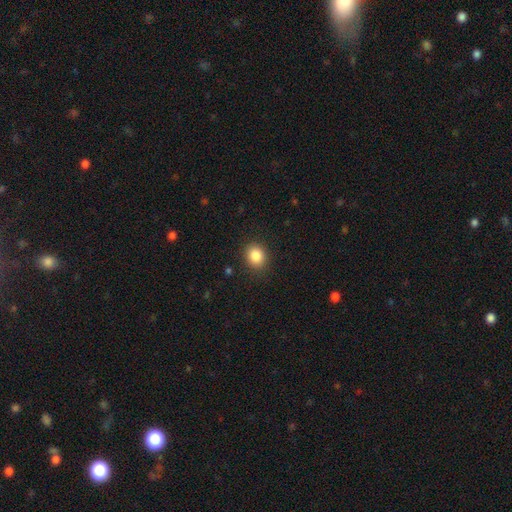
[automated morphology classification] Smooth or featured: smooth — 86% (star or artifact — 10%)
How rounded: round — 69% (in between — 30%)
Merging: none — 88% (minor disturbance — 8%)